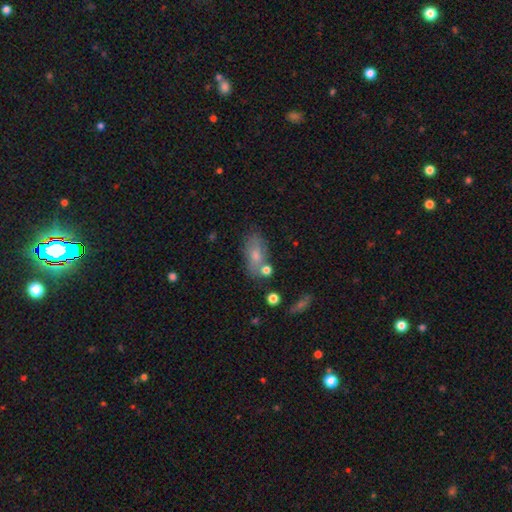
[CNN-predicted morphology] Q: Smooth or featured?
A: smooth (71%); runner-up: featured or disk (19%)
Q: How rounded?
A: in between (87%); runner-up: round (7%)
Q: Merging?
A: none (65%); runner-up: minor disturbance (16%)